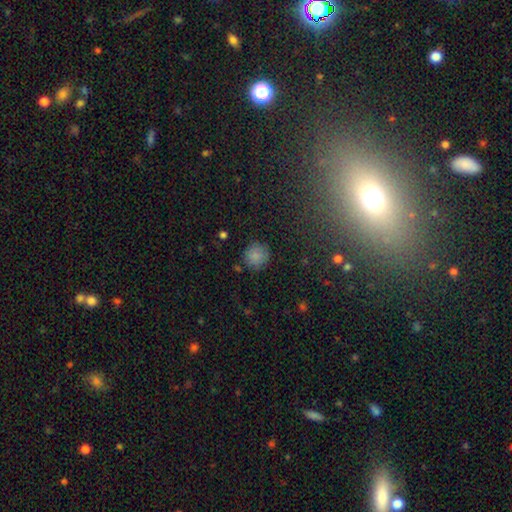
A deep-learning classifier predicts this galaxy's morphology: A smooth galaxy with no disk features (82%) that is round (92%). Merging: none (82%).